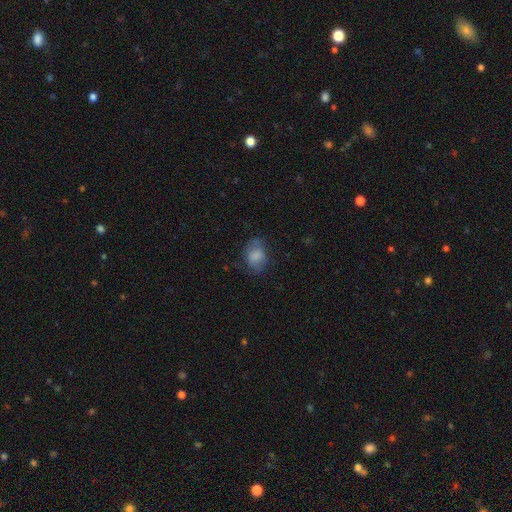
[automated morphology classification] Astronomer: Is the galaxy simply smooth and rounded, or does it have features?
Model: smooth — 73%.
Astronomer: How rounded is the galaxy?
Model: in between — 66%.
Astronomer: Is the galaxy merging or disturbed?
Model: none — 57%.